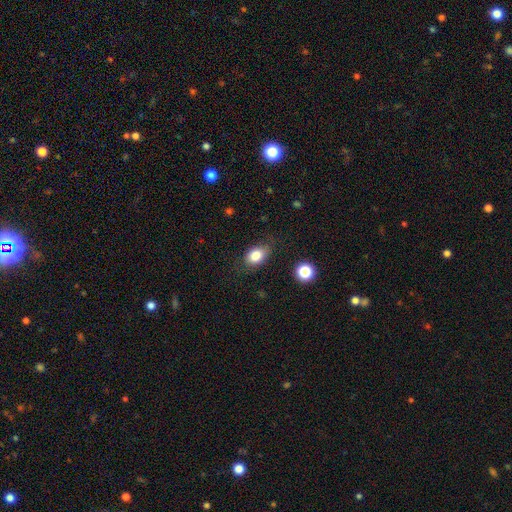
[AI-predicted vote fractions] smooth-or-featured: smooth: 82% | star or artifact: 9% | featured or disk: 8%
  how-rounded: in between: 79% | round: 20% | cigar-shaped: 1%
  merging: none: 74% | minor disturbance: 19% | major disturbance: 5% | merger: 2%